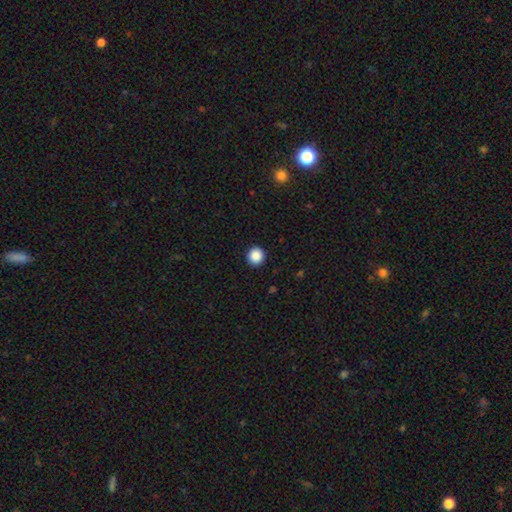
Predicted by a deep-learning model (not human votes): This is clearly a smooth galaxy (88%). How rounded: clearly round (94%). Merging: clearly none (93%).